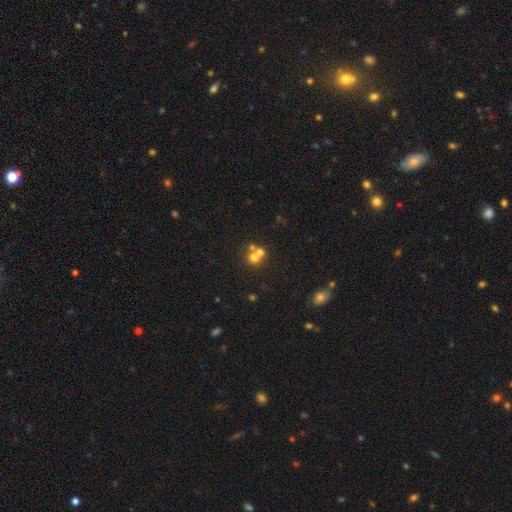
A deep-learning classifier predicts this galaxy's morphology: A smooth galaxy with no disk features (63%) that is round (84%). Merging: merger (53%).